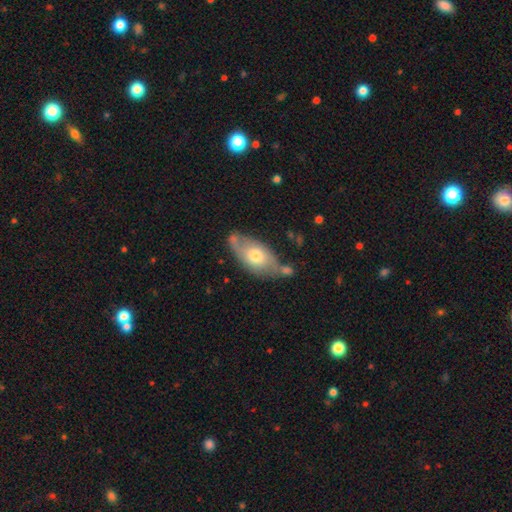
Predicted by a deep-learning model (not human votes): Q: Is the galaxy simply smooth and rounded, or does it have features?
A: smooth — 59%.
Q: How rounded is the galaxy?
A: in between — 88%.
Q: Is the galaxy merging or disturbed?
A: none — 55%.